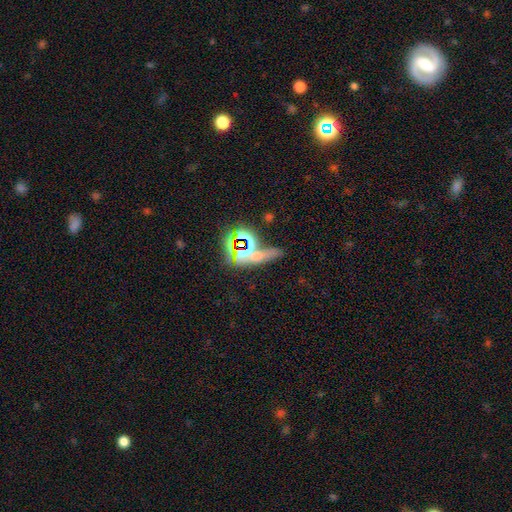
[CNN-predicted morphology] This appears to be a star or artifact, not a galaxy (51%).